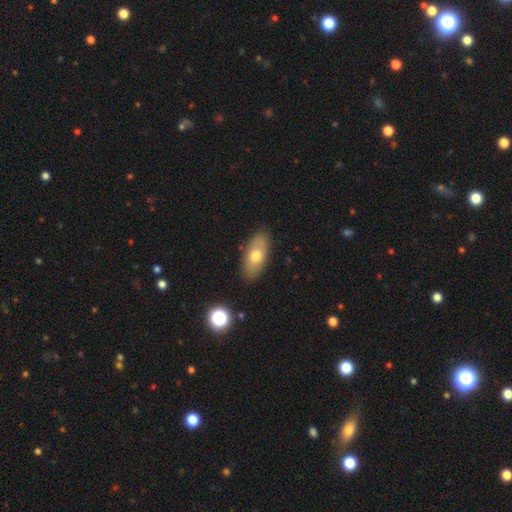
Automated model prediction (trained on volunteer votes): Smooth or featured: smooth — 66% (featured or disk — 26%)
How rounded: in between — 87% (cigar-shaped — 8%)
Merging: none — 88% (minor disturbance — 9%)